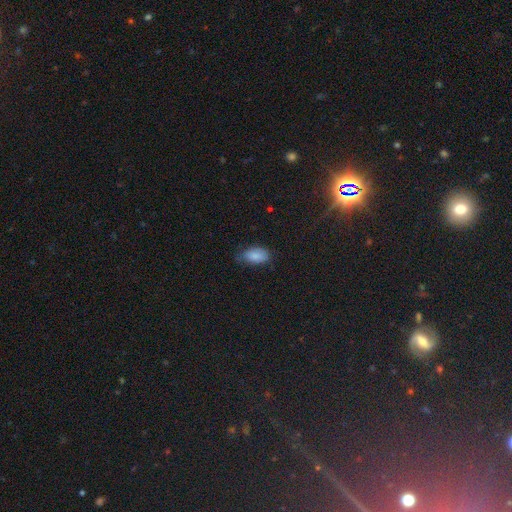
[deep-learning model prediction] smooth_or_featured: smooth (p=0.84) [alt: featured or disk p=0.08]
how_rounded: in between (p=0.93) [alt: round p=0.05]
merging: none (p=0.58) [alt: minor disturbance p=0.33]